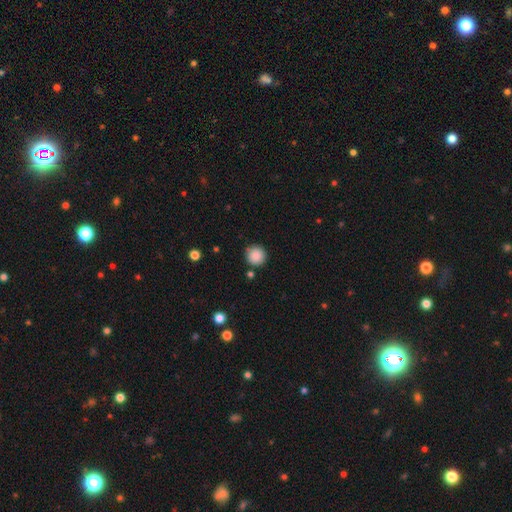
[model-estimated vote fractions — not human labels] This appears to be a smooth galaxy with no disk features (88%) that is round (95%). Merging: none (87%).